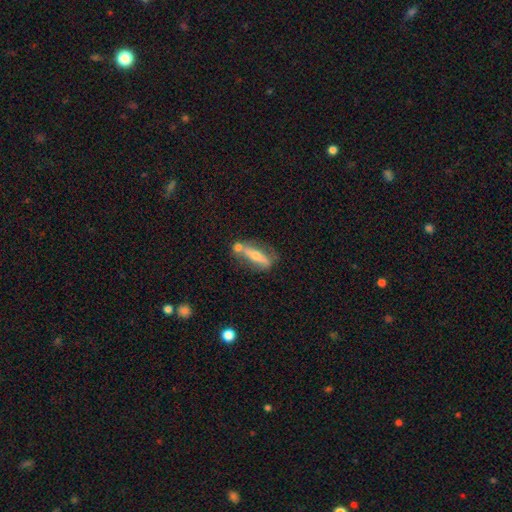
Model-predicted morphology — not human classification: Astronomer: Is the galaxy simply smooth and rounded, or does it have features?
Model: featured or disk — 54% (runner-up: smooth, 38%).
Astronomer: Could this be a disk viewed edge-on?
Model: yes — 61% (runner-up: no, 39%).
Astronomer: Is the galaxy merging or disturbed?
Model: none — 49%.